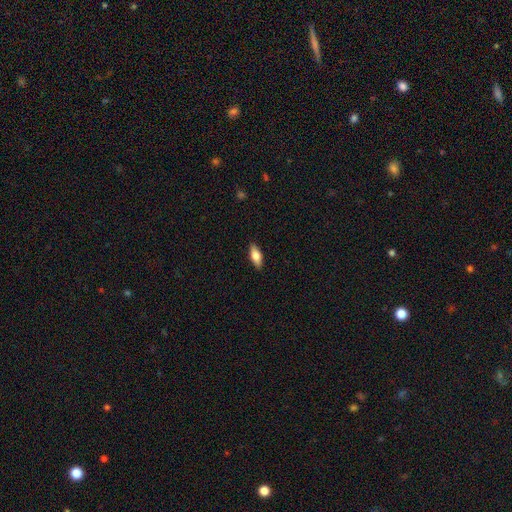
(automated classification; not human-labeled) A smooth galaxy with no disk features (72%) that is in between round and cigar-shaped (76%).

Vote fractions:
- Smooth or featured? smooth: 72% / featured or disk: 21% / star or artifact: 6%
- How rounded? in between: 76% / cigar-shaped: 22% / round: 3%
- Merging? none: 89% / minor disturbance: 9% / major disturbance: 2% / merger: 1%